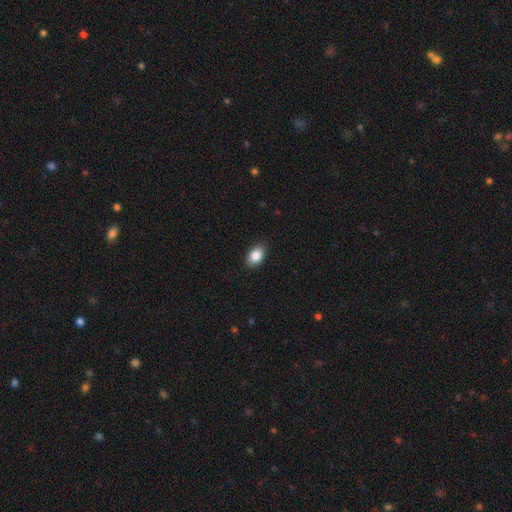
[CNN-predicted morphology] smooth_or_featured: smooth (p=0.86) [alt: star or artifact p=0.08]
how_rounded: in between (p=0.83) [alt: round p=0.16]
merging: none (p=0.86) [alt: minor disturbance p=0.11]